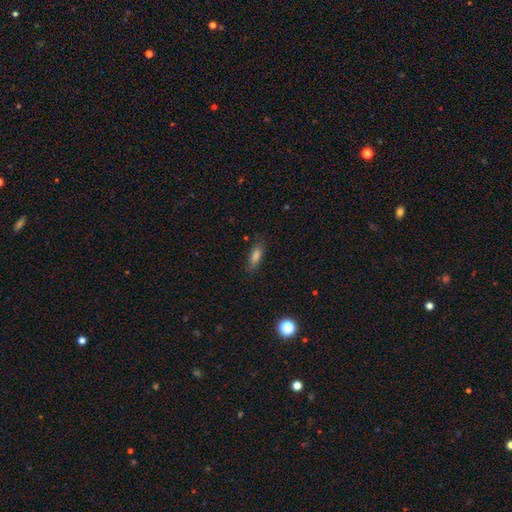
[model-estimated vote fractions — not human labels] This appears to be a smooth galaxy with no disk features (77%) that is in between round and cigar-shaped (61%). Merging: none (82%).